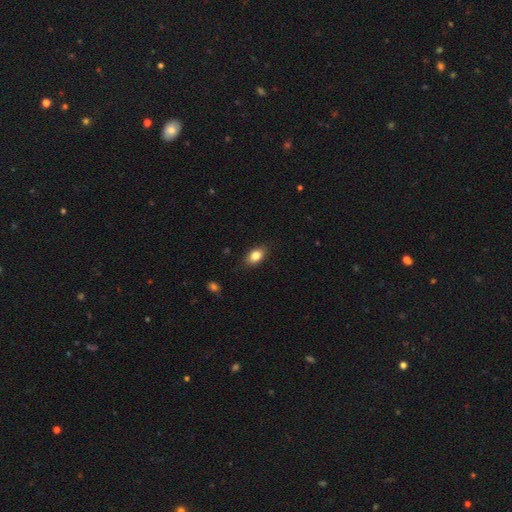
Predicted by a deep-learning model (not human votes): Smooth or featured: smooth — 83% (featured or disk — 9%)
How rounded: in between — 84% (round — 13%)
Merging: none — 84% (minor disturbance — 12%)